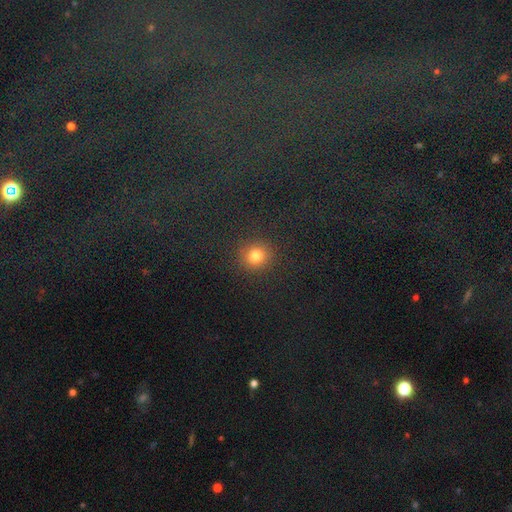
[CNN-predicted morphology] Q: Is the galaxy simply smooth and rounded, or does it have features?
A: smooth — 77%.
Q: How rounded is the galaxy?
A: round — 90%.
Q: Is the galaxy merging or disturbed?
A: none — 89%.